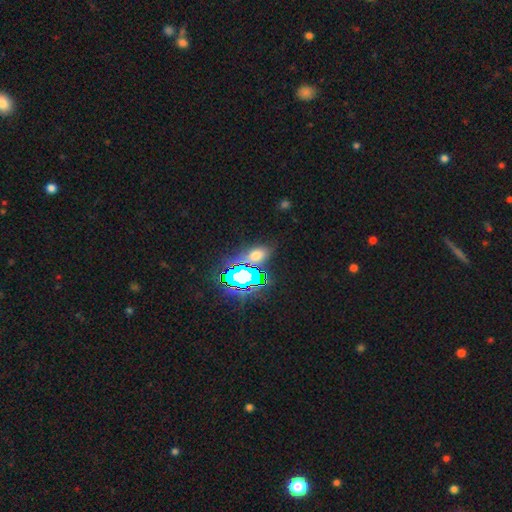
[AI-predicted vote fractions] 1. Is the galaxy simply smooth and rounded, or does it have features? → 48% smooth, 42% star or artifact, 10% featured or disk.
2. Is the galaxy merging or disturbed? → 76% none, 12% minor disturbance, 8% merger, 5% major disturbance.